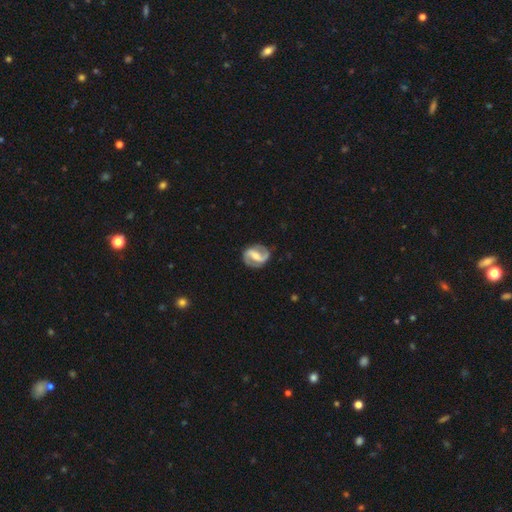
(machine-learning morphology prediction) A featured or disk galaxy (88%) with a strong bar (48%), 2 (93%) medium (50%) spiral arms (96%) and a moderate central bulge (47%). Merging: none (84%).